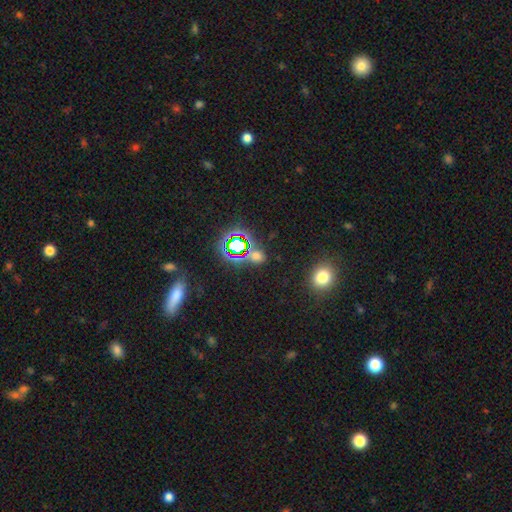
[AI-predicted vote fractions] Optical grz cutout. It shows a star or artifact, not a galaxy (53%).